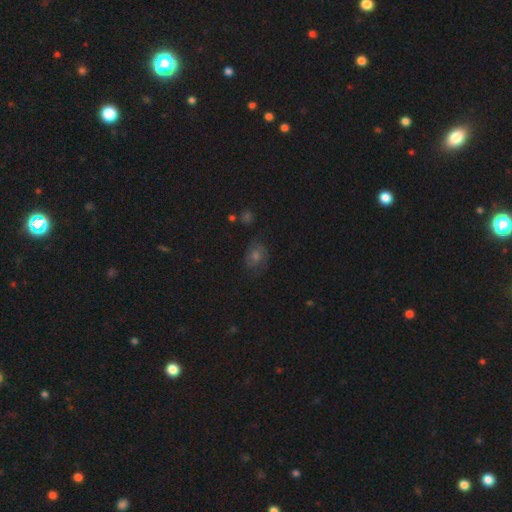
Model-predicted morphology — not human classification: smooth 43%, star or artifact 29%, featured or disk 28%. Down the decision tree: merging — none (73%).